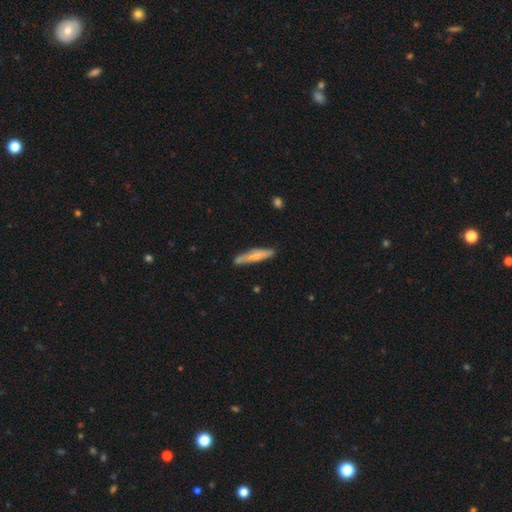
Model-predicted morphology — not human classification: Overall: smooth (67%; featured or disk 27%). How rounded: cigar-shaped (89%). Merging: none (73%).